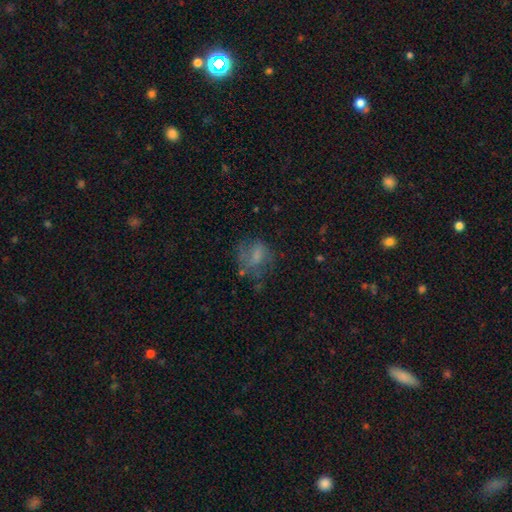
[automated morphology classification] smooth_or_featured: smooth (p=0.52) [alt: featured or disk p=0.36]
how_rounded: round (p=0.49) [tied with: in between p=0.49]
merging: none (p=0.45) [alt: major disturbance p=0.27]